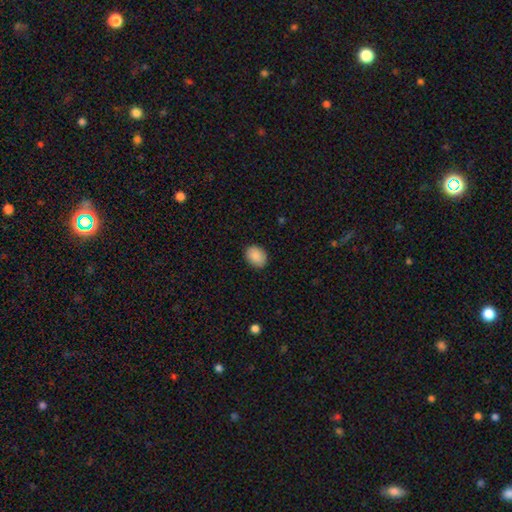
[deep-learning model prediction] Smooth or featured?
  - smooth: 89% *
  - star or artifact: 7%
  - featured or disk: 4%
How rounded?
  - in between: 65% *
  - round: 34%
  - cigar-shaped: 1%
Merging?
  - none: 87% *
  - minor disturbance: 10%
  - major disturbance: 2%
  - merger: 1%